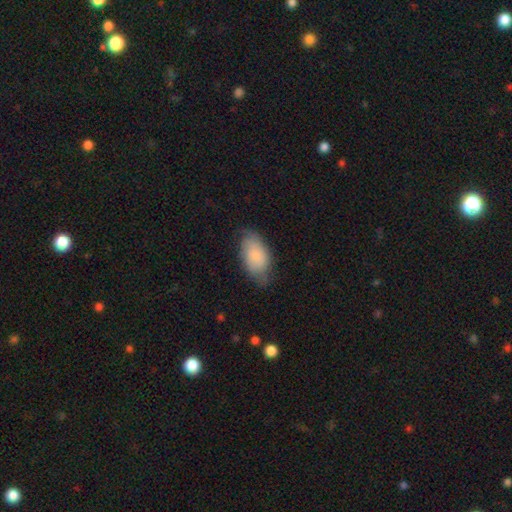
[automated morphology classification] The model was most divided on "merging": none: 67%, minor disturbance: 26%, major disturbance: 6%, merger: 1%. More confident: how rounded — in between (93%); smooth or featured — smooth (77%).